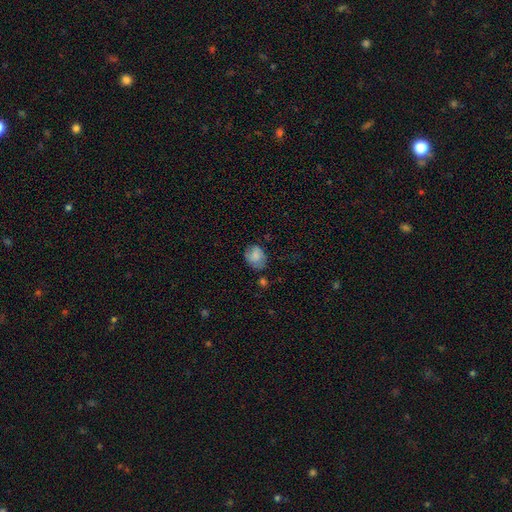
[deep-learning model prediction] This is likely a smooth galaxy (76%). How rounded: possibly in between (54%). Merging: likely none (62%).